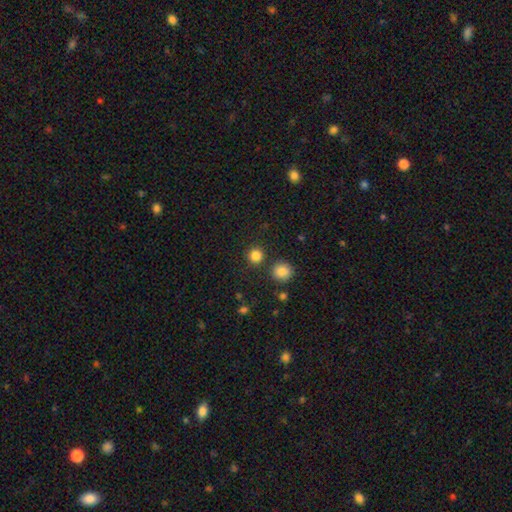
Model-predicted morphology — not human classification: Q: Smooth or featured?
A: smooth (84%); runner-up: star or artifact (13%)
Q: How rounded?
A: round (92%); runner-up: in between (7%)
Q: Merging?
A: none (85%); runner-up: merger (6%)